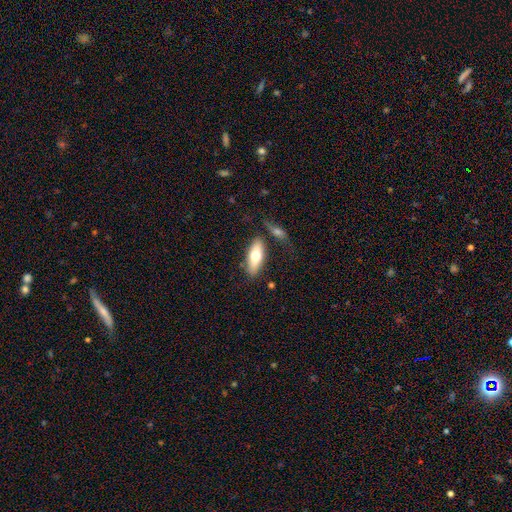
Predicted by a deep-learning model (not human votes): smooth_or_featured: smooth (p=0.67) [alt: featured or disk p=0.27]
how_rounded: in between (p=0.75) [alt: cigar-shaped p=0.23]
merging: none (p=0.72) [alt: minor disturbance p=0.14]